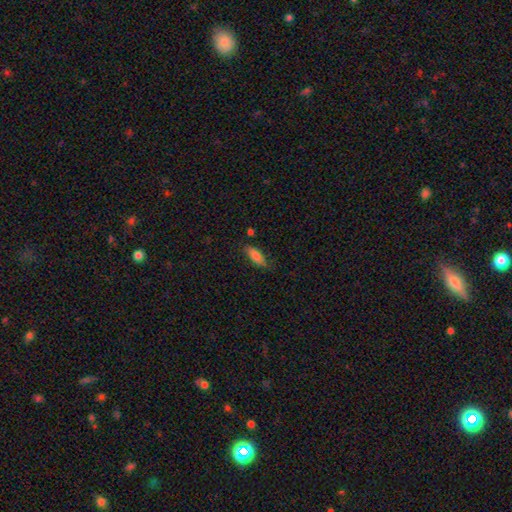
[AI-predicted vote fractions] smooth 81%, featured or disk 12%, star or artifact 7%. Down the decision tree: how rounded — in between (68%); merging — none (74%).